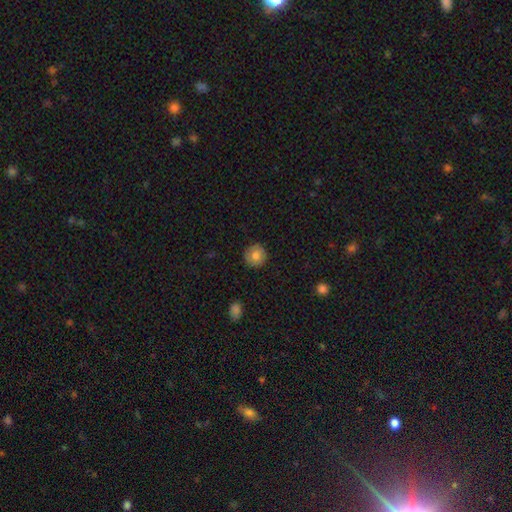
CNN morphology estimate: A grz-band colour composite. It shows a smooth galaxy with no disk features (81%) that is round (94%). Merging: none (90%).